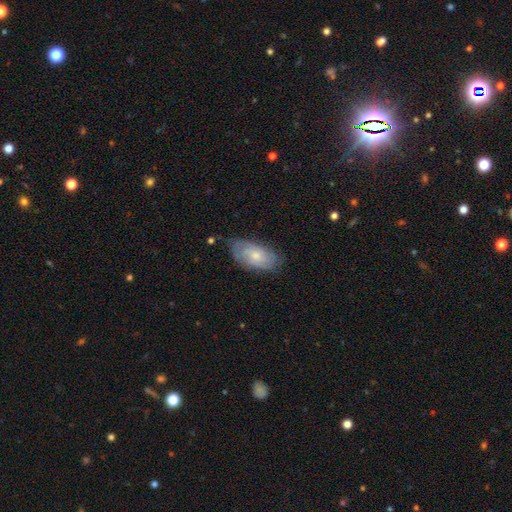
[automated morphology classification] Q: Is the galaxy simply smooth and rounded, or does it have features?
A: smooth — 47%.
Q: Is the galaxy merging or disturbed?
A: none — 68%.